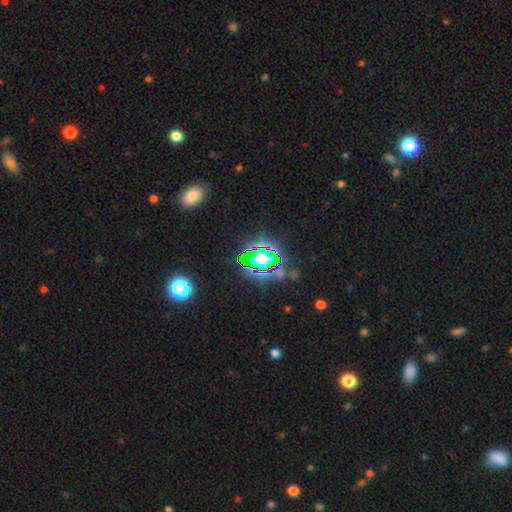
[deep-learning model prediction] Overall: star or artifact (70%).